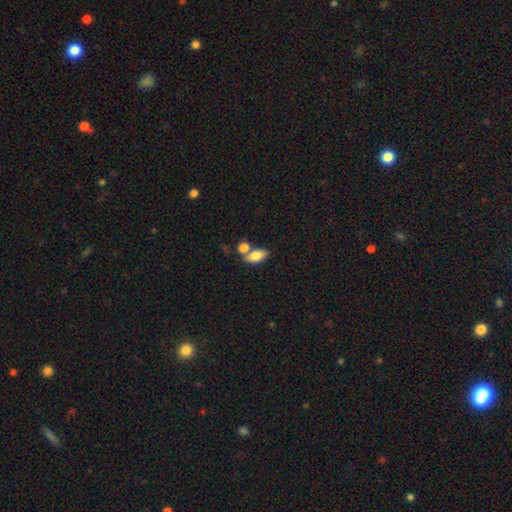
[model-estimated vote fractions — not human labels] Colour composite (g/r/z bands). It shows a smooth galaxy with no disk features (77%) that is in between round and cigar-shaped (85%). Merging: none (52%).